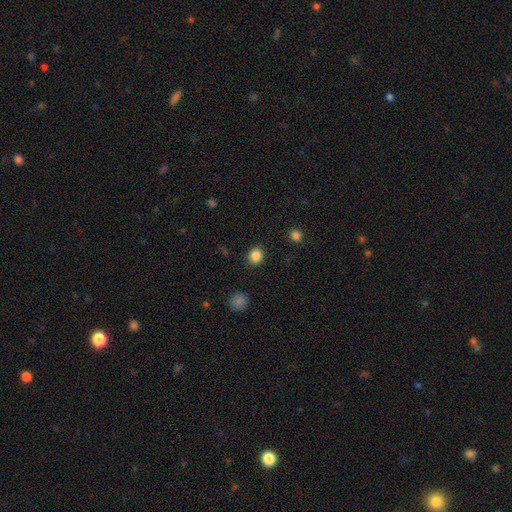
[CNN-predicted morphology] type=smooth (86%); roundness=round (82%); merging=none (90%).